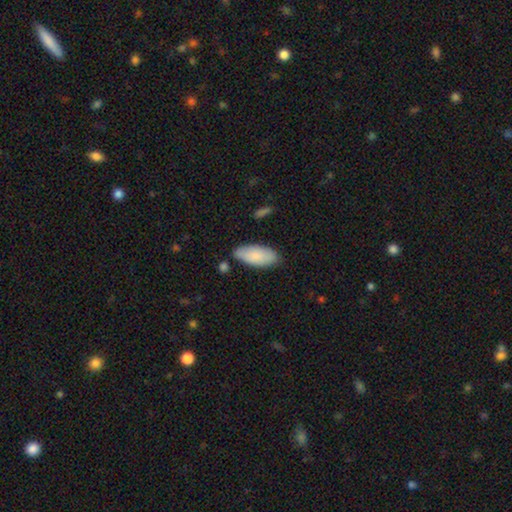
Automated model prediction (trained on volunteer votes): Smooth or featured? Predicted: smooth (p=0.83). How rounded? Predicted: in between (p=0.88). Merging? Predicted: none (p=0.79).